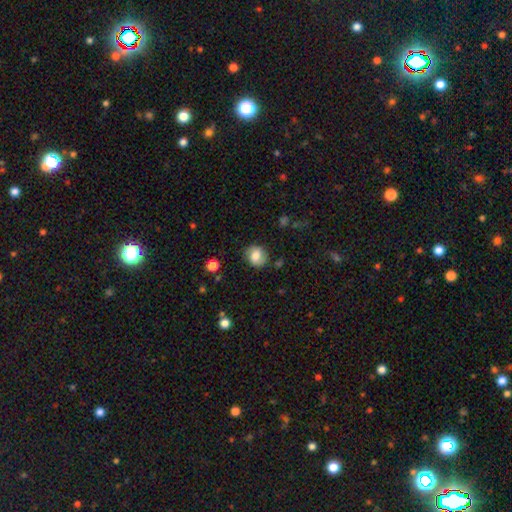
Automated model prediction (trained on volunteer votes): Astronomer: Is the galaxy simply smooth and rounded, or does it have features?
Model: smooth — 63%.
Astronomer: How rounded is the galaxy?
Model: round — 73%.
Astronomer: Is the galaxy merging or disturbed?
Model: none — 79%.